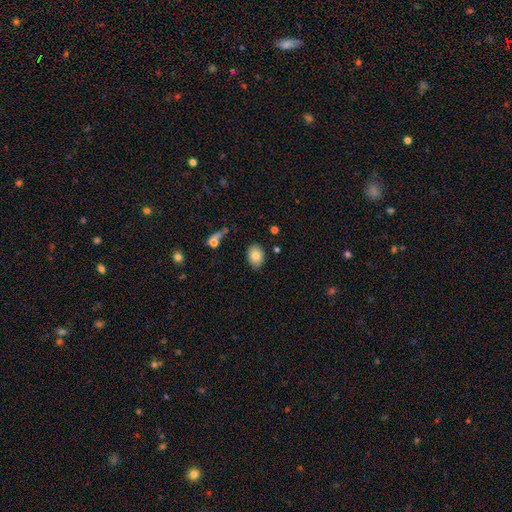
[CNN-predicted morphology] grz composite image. It shows a smooth galaxy with no disk features (81%) that is in between round and cigar-shaped (71%). Merging: none (81%).